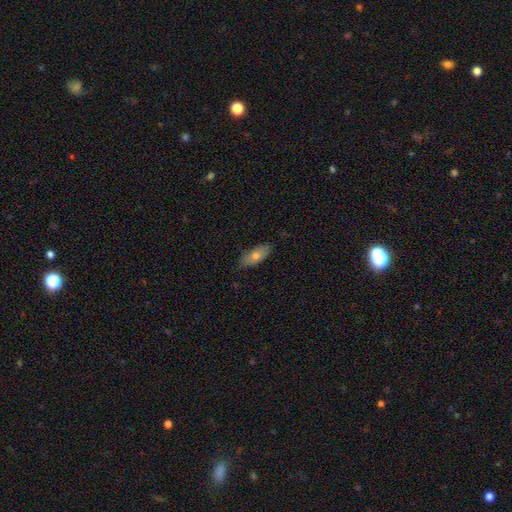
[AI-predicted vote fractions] A smooth galaxy with no disk features (67%) that is in between round and cigar-shaped (70%).

Vote fractions:
- Smooth or featured? smooth: 67% / featured or disk: 26% / star or artifact: 7%
- How rounded? in between: 70% / cigar-shaped: 27% / round: 3%
- Merging? none: 83% / minor disturbance: 13% / major disturbance: 2% / merger: 1%